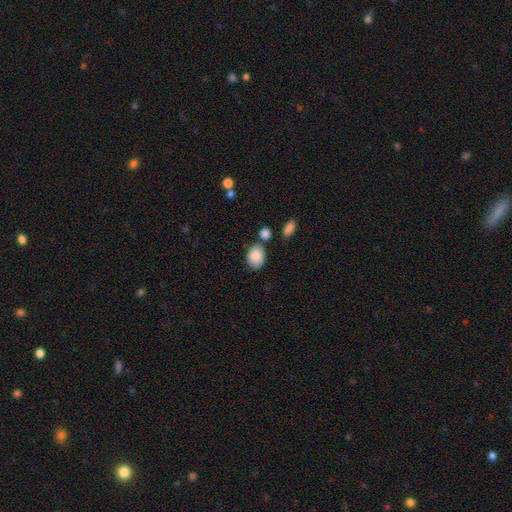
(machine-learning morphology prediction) Overall: smooth (88%). How rounded: in between (75%). Merging: none (63%).